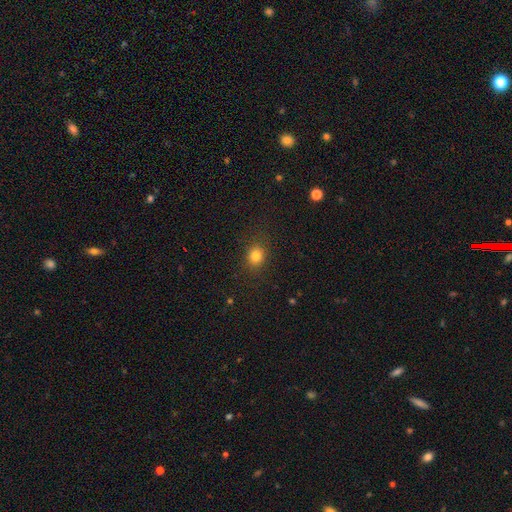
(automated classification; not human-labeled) smooth-or-featured: smooth: 82% | star or artifact: 12% | featured or disk: 6%
  how-rounded: round: 66% | in between: 33% | cigar-shaped: 1%
  merging: none: 86% | minor disturbance: 9% | major disturbance: 4% | merger: 1%